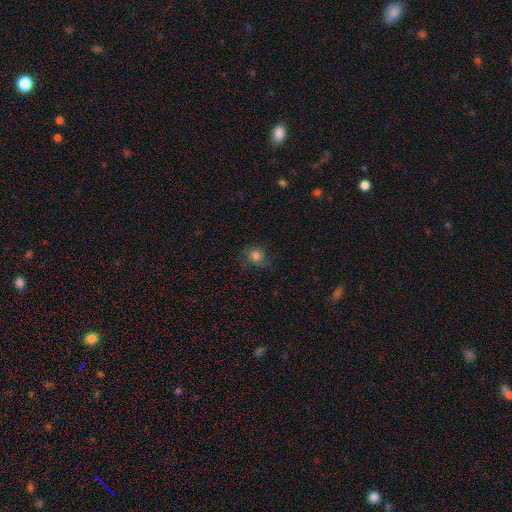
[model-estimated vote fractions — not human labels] smooth_or_featured: smooth (p=0.69) [alt: featured or disk p=0.17]
how_rounded: round (p=0.75) [alt: in between p=0.23]
merging: none (p=0.55) [alt: minor disturbance p=0.26]